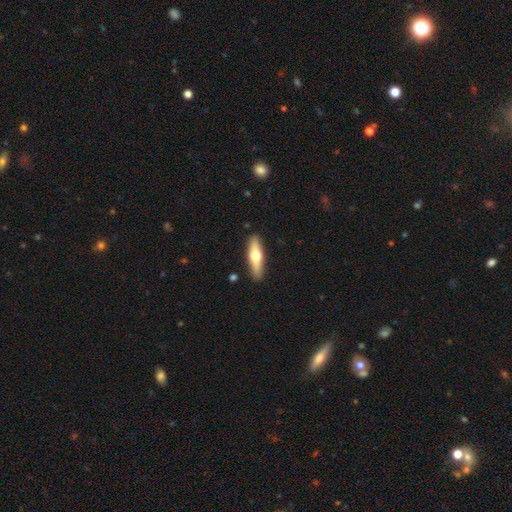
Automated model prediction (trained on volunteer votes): Smooth or featured: smooth — 48% (featured or disk — 47%)
Merging: none — 89% (minor disturbance — 8%)